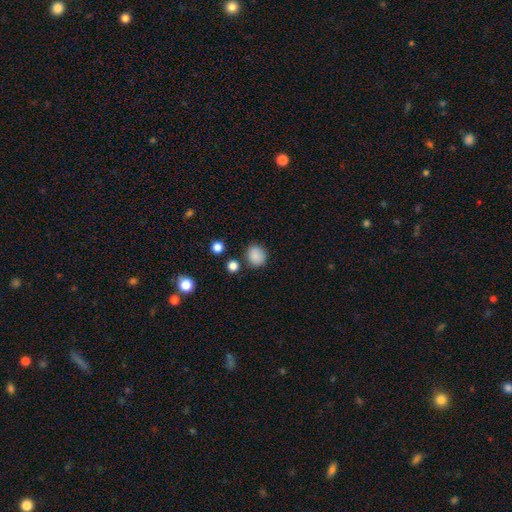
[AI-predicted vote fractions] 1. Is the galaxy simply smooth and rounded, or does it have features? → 87% smooth, 10% star or artifact, 4% featured or disk.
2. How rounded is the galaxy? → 75% round, 24% in between, 1% cigar-shaped.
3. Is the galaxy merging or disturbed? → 82% none, 11% minor disturbance, 4% merger, 3% major disturbance.